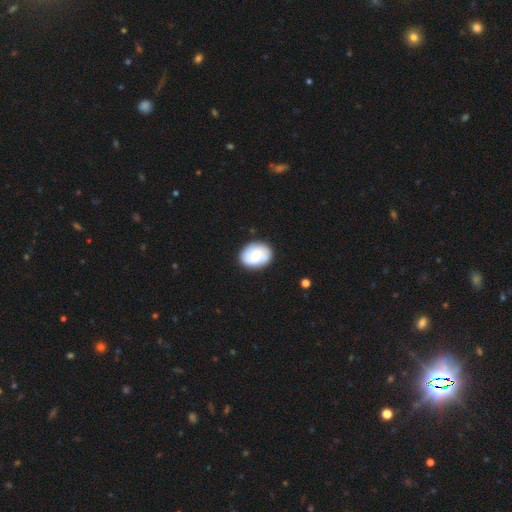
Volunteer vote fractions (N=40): Overall: smooth (68%). How rounded: in between (56%; round 44%). Merging: none (79%).